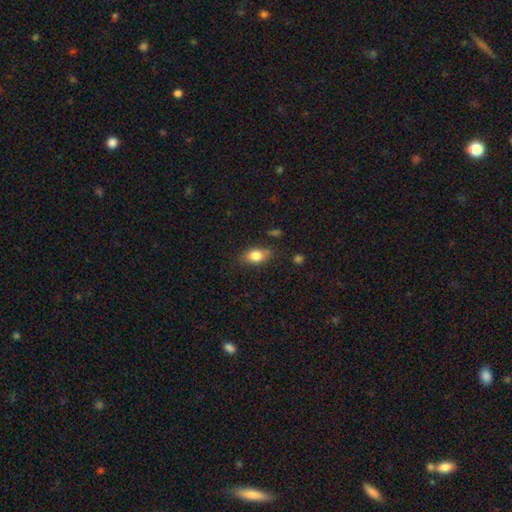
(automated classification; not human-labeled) smooth 81%, featured or disk 11%, star or artifact 8%. Down the decision tree: how rounded — in between (82%); merging — none (76%).